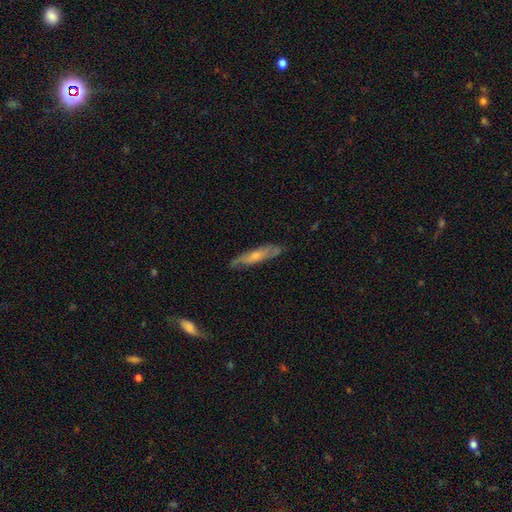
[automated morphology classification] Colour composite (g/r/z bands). It shows a featured or disk galaxy (56%) viewed edge-on (68%). Merging: none (78%).